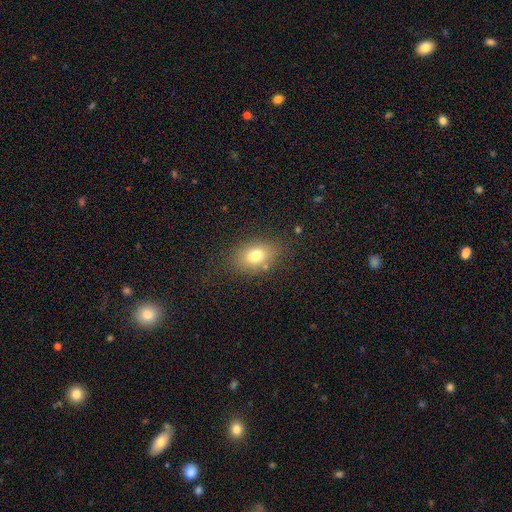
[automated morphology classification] A smooth galaxy with no disk features (77%) that is in between round and cigar-shaped (79%).

Vote fractions:
- Smooth or featured? smooth: 77% / featured or disk: 12% / star or artifact: 11%
- How rounded? in between: 79% / round: 20% / cigar-shaped: 2%
- Merging? none: 77% / minor disturbance: 14% / major disturbance: 5% / merger: 3%